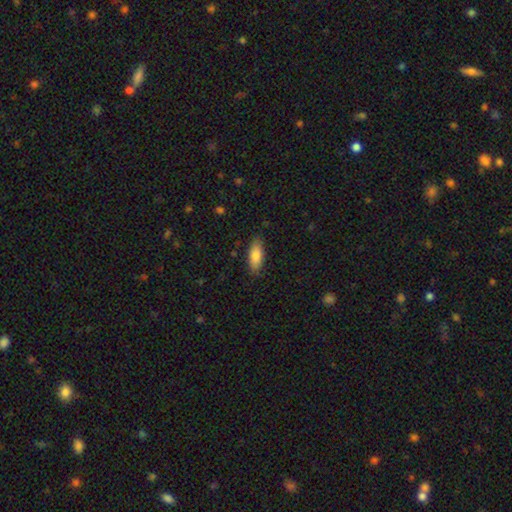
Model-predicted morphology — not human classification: A smooth galaxy with no disk features (85%) that is in between round and cigar-shaped (77%).

Vote fractions:
- Smooth or featured? smooth: 85% / featured or disk: 9% / star or artifact: 6%
- How rounded? in between: 77% / cigar-shaped: 21% / round: 2%
- Merging? none: 84% / minor disturbance: 13% / major disturbance: 3% / merger: 1%